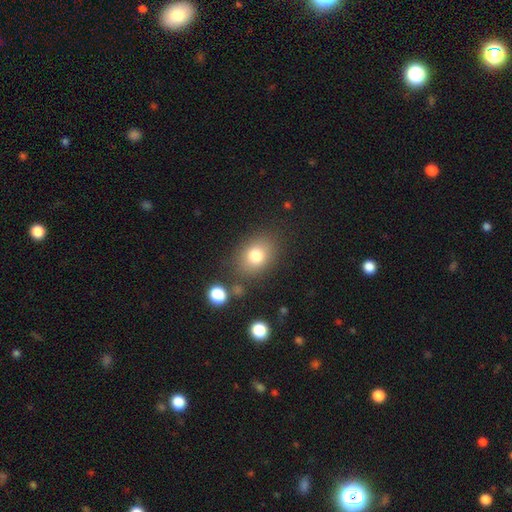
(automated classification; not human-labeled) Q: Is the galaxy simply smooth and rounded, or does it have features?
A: smooth — 78%.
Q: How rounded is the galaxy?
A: in between — 56%.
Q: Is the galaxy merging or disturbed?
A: none — 78%.